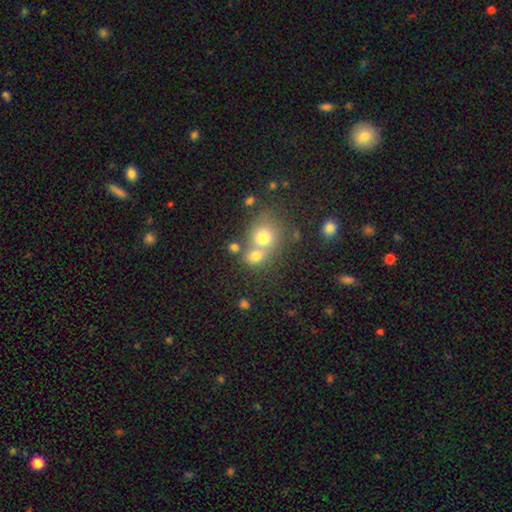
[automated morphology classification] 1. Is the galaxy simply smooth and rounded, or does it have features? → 72% smooth, 14% star or artifact, 13% featured or disk.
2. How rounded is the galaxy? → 72% round, 27% in between, 1% cigar-shaped.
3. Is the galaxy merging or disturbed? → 50% merger, 38% none, 8% minor disturbance, 4% major disturbance.